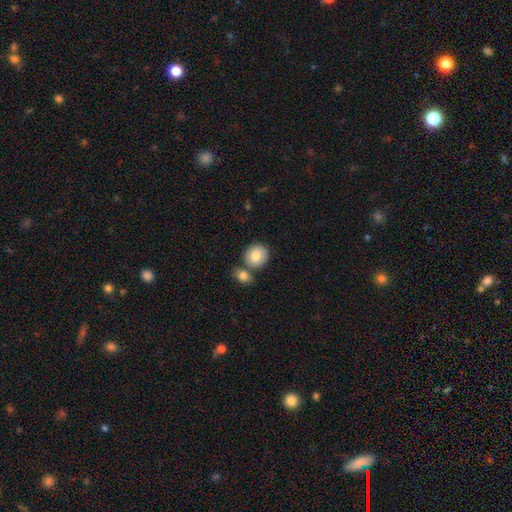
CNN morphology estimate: Q: Smooth or featured?
A: smooth (83%); runner-up: featured or disk (10%)
Q: How rounded?
A: round (79%); runner-up: in between (20%)
Q: Merging?
A: none (60%); runner-up: merger (28%)